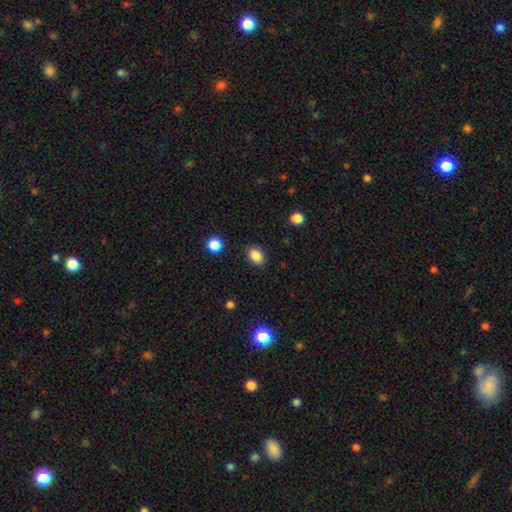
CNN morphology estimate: Overall: smooth (86%). How rounded: in between (71%). Merging: none (85%).